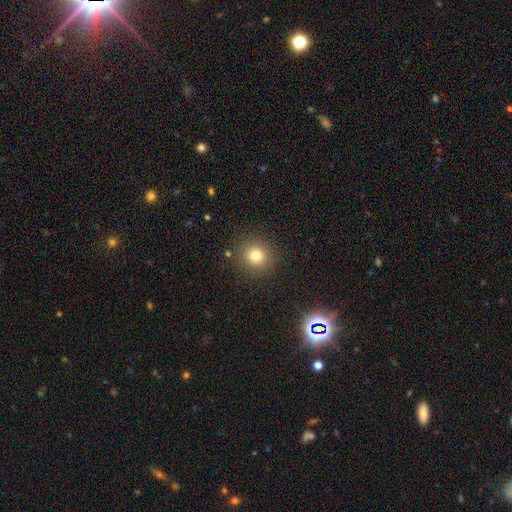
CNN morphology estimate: Smooth or featured? Predicted: smooth (p=0.78). How rounded? Predicted: round (p=0.92). Merging? Predicted: none (p=0.88).